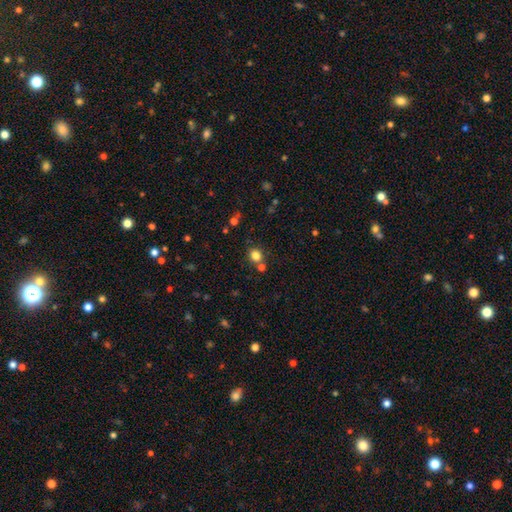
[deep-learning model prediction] Smooth or featured?
  - smooth: 80% *
  - star or artifact: 14%
  - featured or disk: 6%
How rounded?
  - round: 75% *
  - in between: 24%
  - cigar-shaped: 1%
Merging?
  - none: 73% *
  - merger: 15%
  - minor disturbance: 9%
  - major disturbance: 3%